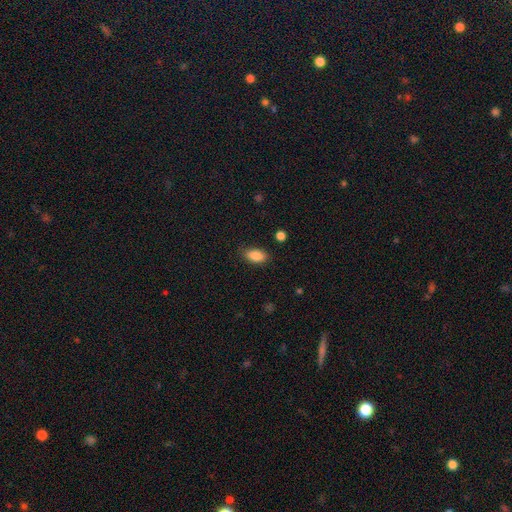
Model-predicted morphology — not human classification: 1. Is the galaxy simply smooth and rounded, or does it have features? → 86% smooth, 8% star or artifact, 6% featured or disk.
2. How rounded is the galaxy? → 90% in between, 5% cigar-shaped, 5% round.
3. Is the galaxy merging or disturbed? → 85% none, 11% minor disturbance, 3% major disturbance, 1% merger.